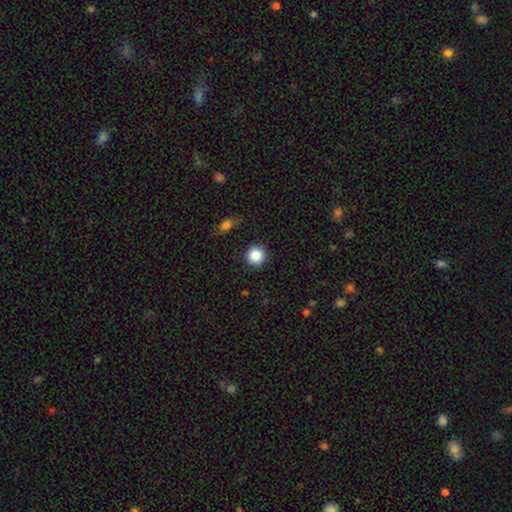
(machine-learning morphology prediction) A smooth galaxy with no disk features (87%) that is round (95%).

Vote fractions:
- Smooth or featured? smooth: 87% / star or artifact: 9% / featured or disk: 4%
- How rounded? round: 95% / in between: 4% / cigar-shaped: 1%
- Merging? none: 90% / minor disturbance: 6% / major disturbance: 2% / merger: 1%